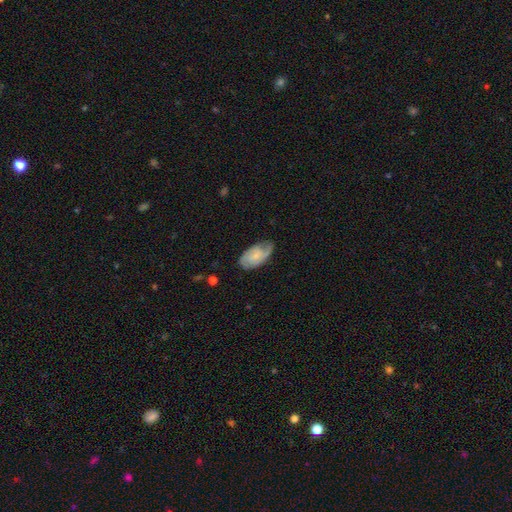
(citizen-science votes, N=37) Overall: featured or disk (54%; smooth 41%). Edge-on disk: no (100%). Bar: no (70%; weak 30%). Spiral arms: yes (80%). Spiral arm count: 2 (75%). Spiral winding: tight (44%, tied with medium). Bulge size: small (70%). Merging: none (63%; minor disturbance 29%).